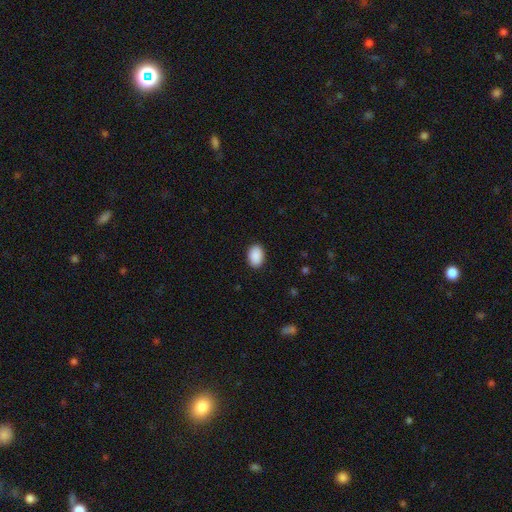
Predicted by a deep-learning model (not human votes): This appears to be a smooth galaxy with no disk features (91%) that is in between round and cigar-shaped (85%). Merging: none (90%).